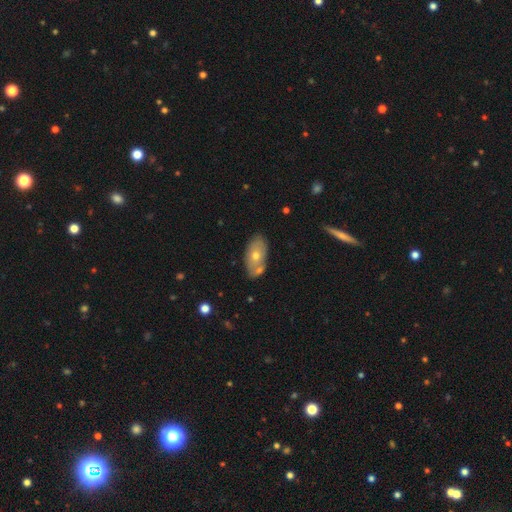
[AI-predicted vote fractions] smooth_or_featured: smooth (p=0.54) [alt: featured or disk p=0.38]
how_rounded: in between (p=0.91) [alt: round p=0.05]
merging: none (p=0.69) [alt: minor disturbance p=0.15]